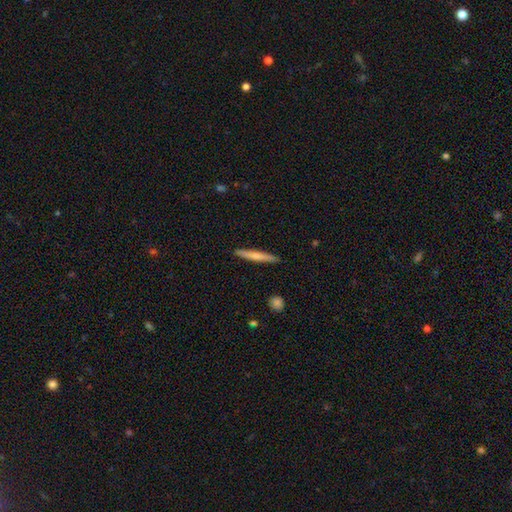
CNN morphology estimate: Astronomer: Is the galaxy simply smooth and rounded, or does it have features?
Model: smooth — 58% (runner-up: featured or disk, 37%).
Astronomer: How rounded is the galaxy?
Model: cigar-shaped — 95%.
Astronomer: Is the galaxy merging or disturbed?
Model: none — 90%.